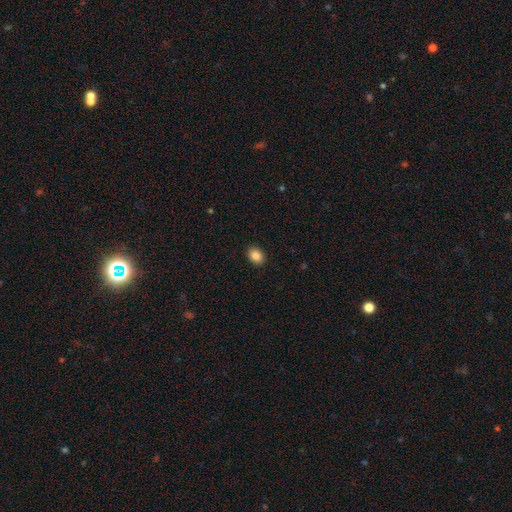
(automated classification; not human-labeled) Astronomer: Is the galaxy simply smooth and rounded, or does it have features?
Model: smooth — 87%.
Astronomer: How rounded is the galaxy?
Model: in between — 69%.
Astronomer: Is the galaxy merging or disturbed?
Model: none — 91%.